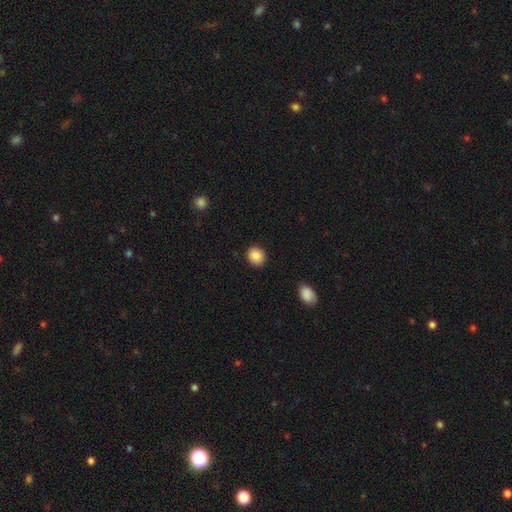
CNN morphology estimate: smooth-or-featured: smooth: 88% | star or artifact: 8% | featured or disk: 4%
  how-rounded: round: 77% | in between: 22% | cigar-shaped: 1%
  merging: none: 90% | minor disturbance: 7% | major disturbance: 2% | merger: 1%